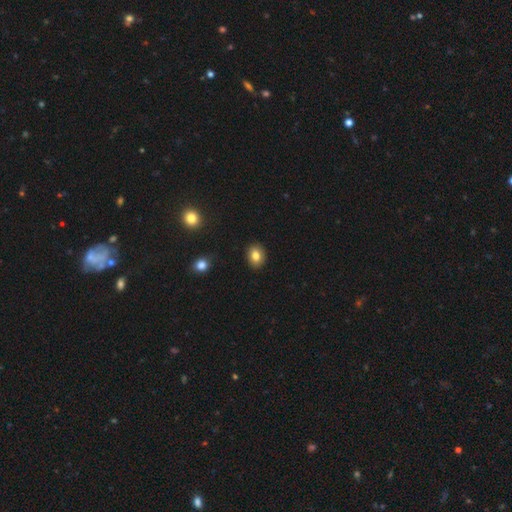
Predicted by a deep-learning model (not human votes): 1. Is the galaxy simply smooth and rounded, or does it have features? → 82% smooth, 9% star or artifact, 8% featured or disk.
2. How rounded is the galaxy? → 55% in between, 44% round, 1% cigar-shaped.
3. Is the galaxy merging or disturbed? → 89% none, 7% minor disturbance, 2% major disturbance, 1% merger.